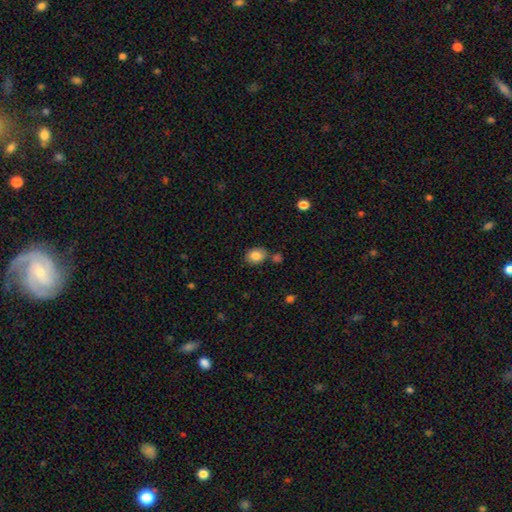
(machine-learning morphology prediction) The model was most divided on "how rounded": in between: 56%, round: 43%, cigar-shaped: 1%. More confident: smooth or featured — smooth (85%); merging — none (71%).